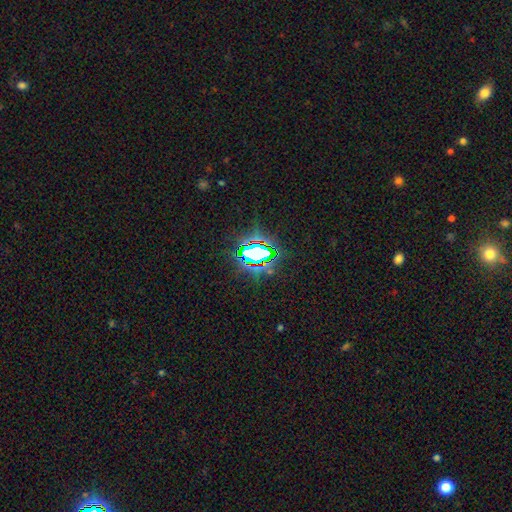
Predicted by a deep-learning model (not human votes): A star or artifact, not a galaxy (67%).

Vote fractions:
- Smooth or featured? star or artifact: 67% / smooth: 20% / featured or disk: 13%